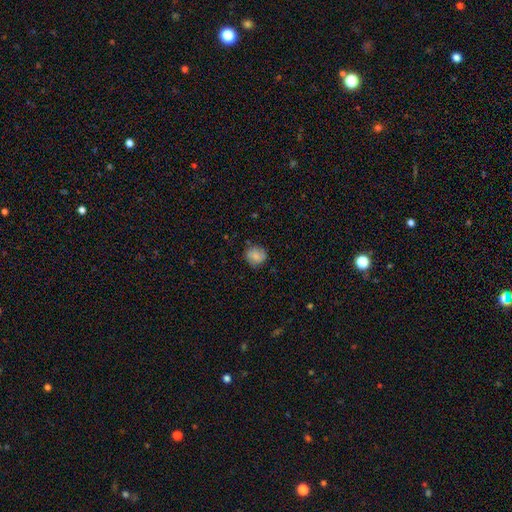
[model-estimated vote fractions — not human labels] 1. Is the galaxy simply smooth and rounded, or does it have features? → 75% smooth, 16% featured or disk, 9% star or artifact.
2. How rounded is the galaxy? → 79% round, 20% in between, 1% cigar-shaped.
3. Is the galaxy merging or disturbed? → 77% none, 18% minor disturbance, 4% major disturbance, 1% merger.